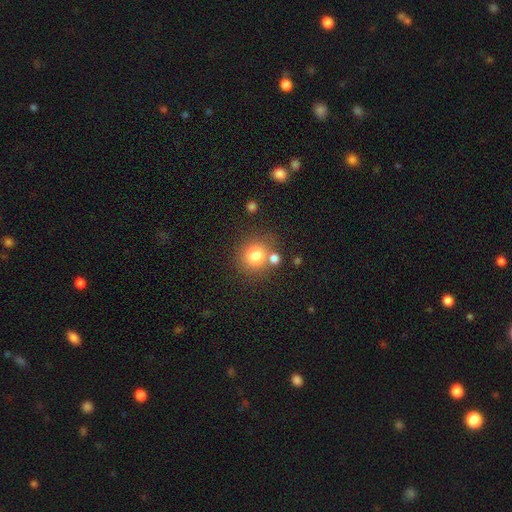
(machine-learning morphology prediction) A smooth galaxy with no disk features (78%) that is round (88%).

Vote fractions:
- Smooth or featured? smooth: 78% / star or artifact: 12% / featured or disk: 9%
- How rounded? round: 88% / in between: 11% / cigar-shaped: 1%
- Merging? none: 67% / merger: 19% / minor disturbance: 10% / major disturbance: 4%